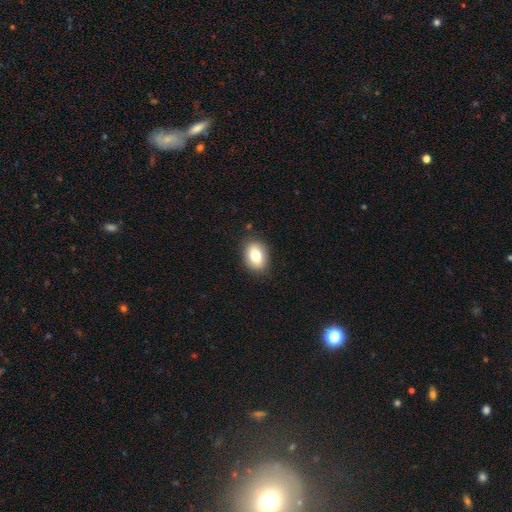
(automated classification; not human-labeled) A smooth galaxy with no disk features (78%) that is in between round and cigar-shaped (71%).

Vote fractions:
- Smooth or featured? smooth: 78% / featured or disk: 14% / star or artifact: 8%
- How rounded? in between: 71% / round: 28% / cigar-shaped: 1%
- Merging? none: 86% / minor disturbance: 11% / major disturbance: 3% / merger: 1%